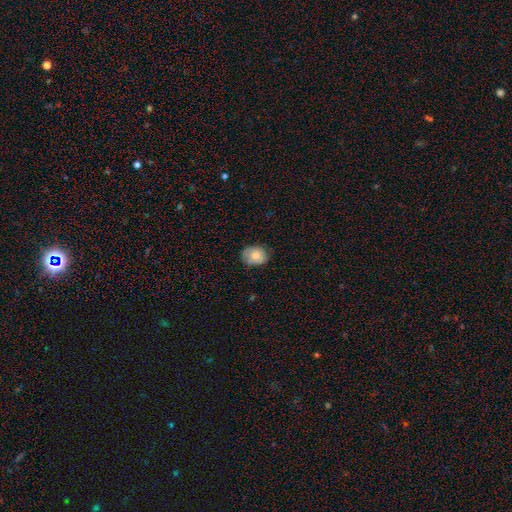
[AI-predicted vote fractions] Smooth or featured: smooth — 76% (featured or disk — 17%)
How rounded: in between — 56% (round — 44%)
Merging: none — 69% (minor disturbance — 25%)